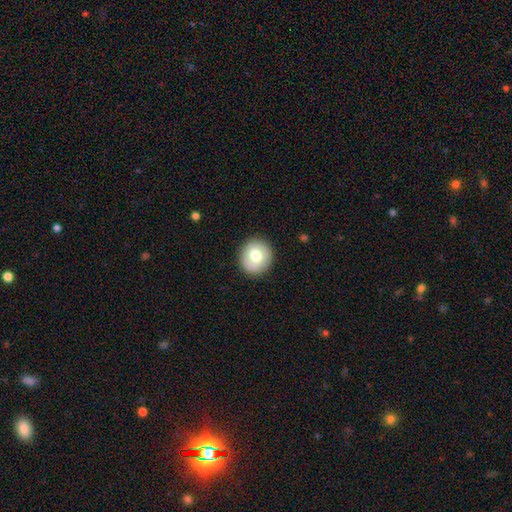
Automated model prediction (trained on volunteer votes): Overall: smooth (70%). How rounded: round (86%). Merging: none (89%).